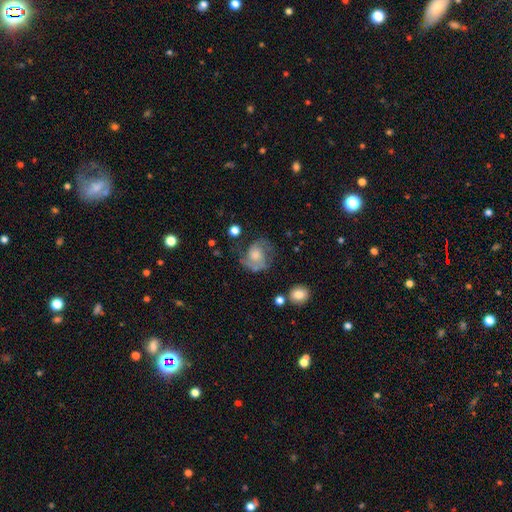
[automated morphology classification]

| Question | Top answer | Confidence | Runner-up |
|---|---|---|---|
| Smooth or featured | featured or disk | 65% | smooth (28%) |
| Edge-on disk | no | 98% | yes (2%) |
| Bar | no | 71% | weak (25%) |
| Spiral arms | yes | 85% | no (15%) |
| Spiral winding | medium | 47% | loose (27%) |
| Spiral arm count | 2 | 64% | can't tell (15%) |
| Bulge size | moderate | 44% | small (31%) |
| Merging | none | 49% | minor disturbance (24%) |